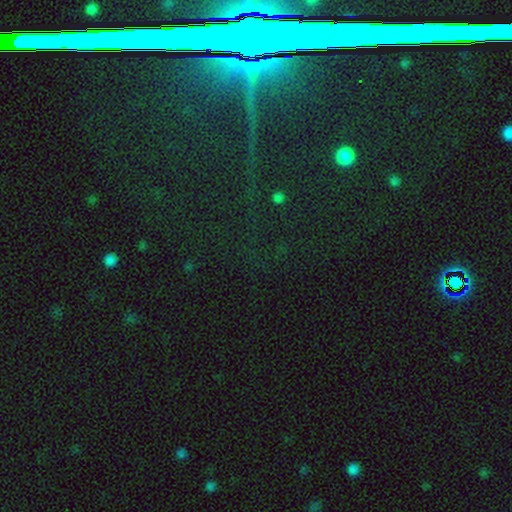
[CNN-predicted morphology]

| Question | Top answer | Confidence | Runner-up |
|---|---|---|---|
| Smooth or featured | star or artifact | 82% | smooth (10%) |